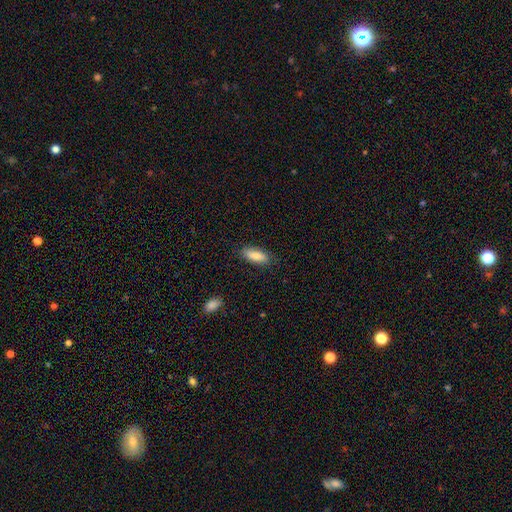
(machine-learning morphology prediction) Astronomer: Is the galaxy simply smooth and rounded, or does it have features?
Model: smooth — 83%.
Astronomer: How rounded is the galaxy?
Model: in between — 72%.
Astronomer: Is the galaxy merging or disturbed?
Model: none — 84%.